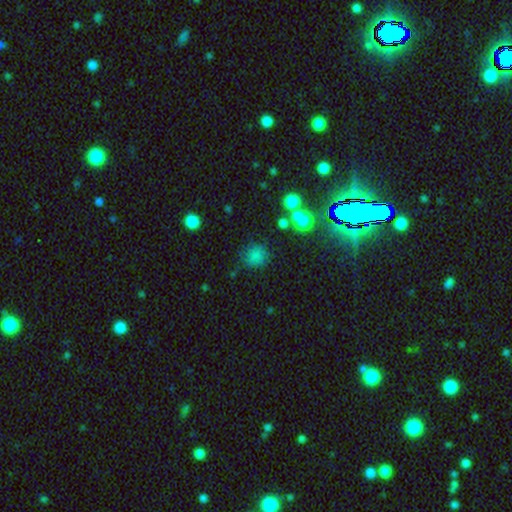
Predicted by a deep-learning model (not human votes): This is likely a smooth galaxy (76%). How rounded: clearly round (83%). Merging: likely none (73%).